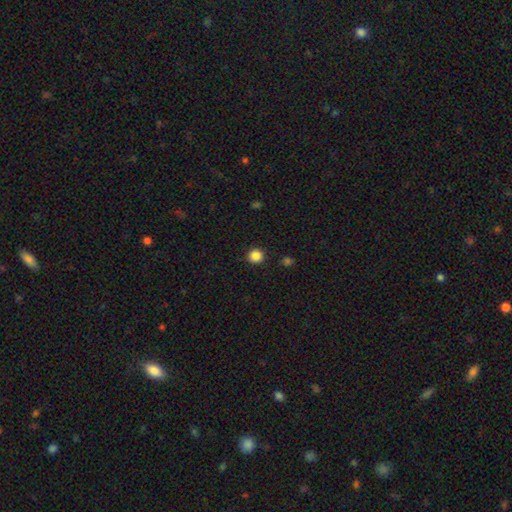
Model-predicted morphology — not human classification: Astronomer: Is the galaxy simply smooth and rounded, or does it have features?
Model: smooth — 86%.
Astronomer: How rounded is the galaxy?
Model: round — 92%.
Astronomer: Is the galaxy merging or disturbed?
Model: none — 91%.